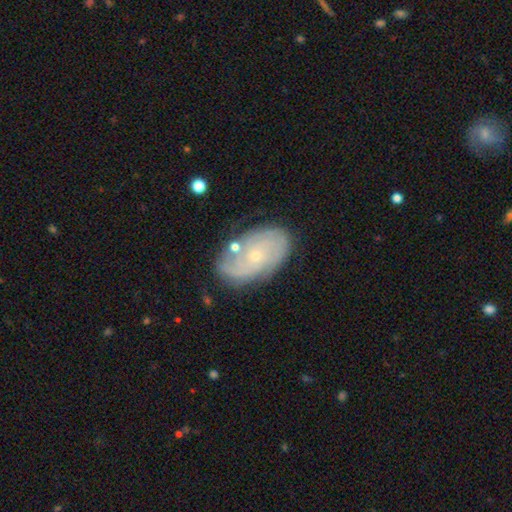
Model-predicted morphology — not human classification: This appears to be a featured or disk galaxy (67%) with no bar (82%), tight (58%) spiral arms (81%) and a small central bulge (79%). Merging: none (72%).